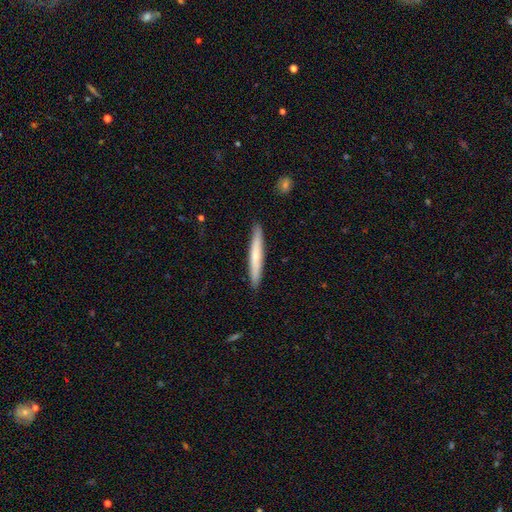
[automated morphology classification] A smooth galaxy with no disk features (58%) that is cigar-shaped (96%).

Vote fractions:
- Smooth or featured? smooth: 58% / featured or disk: 36% / star or artifact: 5%
- How rounded? cigar-shaped: 96% / in between: 3% / round: 1%
- Merging? none: 91% / minor disturbance: 7% / major disturbance: 1% / merger: 1%